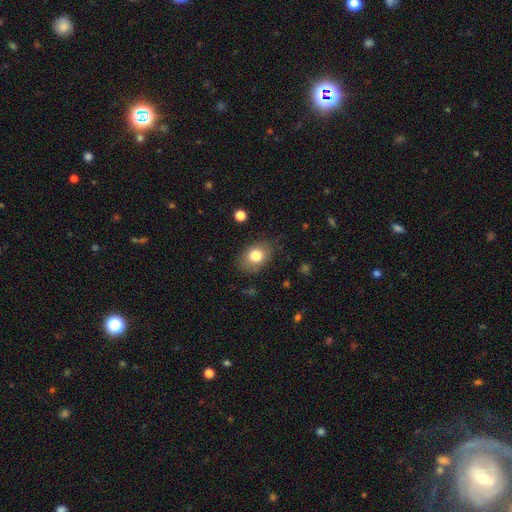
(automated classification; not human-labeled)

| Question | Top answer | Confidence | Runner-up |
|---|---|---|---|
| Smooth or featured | smooth | 79% | featured or disk (11%) |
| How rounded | in between | 65% | round (34%) |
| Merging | none | 77% | minor disturbance (17%) |